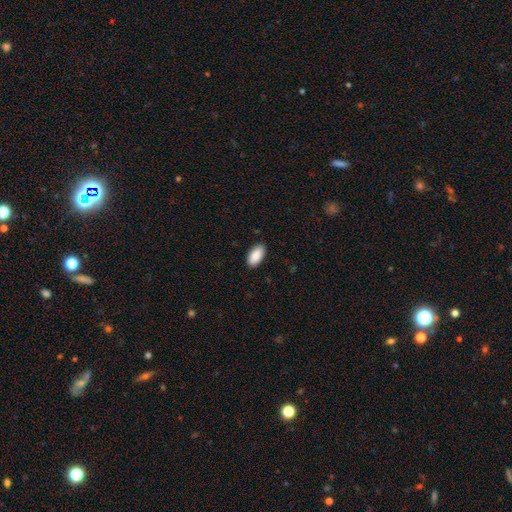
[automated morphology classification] Smooth or featured? smooth (90%)
How rounded? in between (94%)
Merging? none (88%)